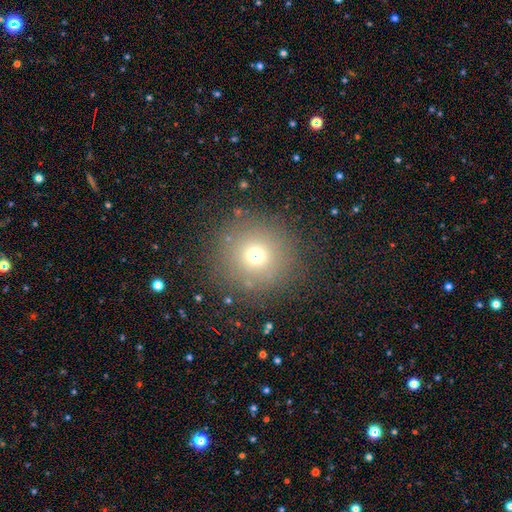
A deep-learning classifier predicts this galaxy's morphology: This appears to be a smooth galaxy with no disk features (67%) that is round (95%). Merging: none (84%).